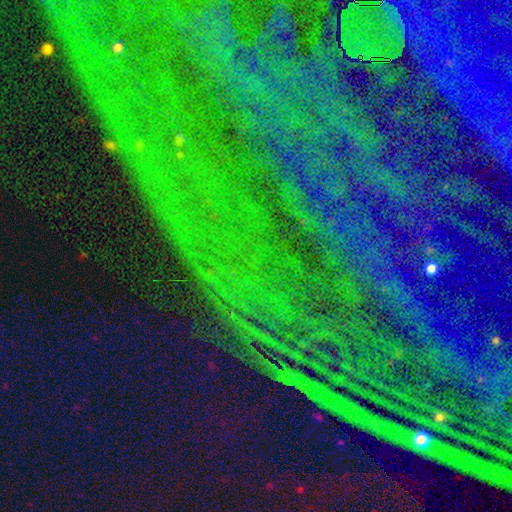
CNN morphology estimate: Overall: star or artifact (88%).